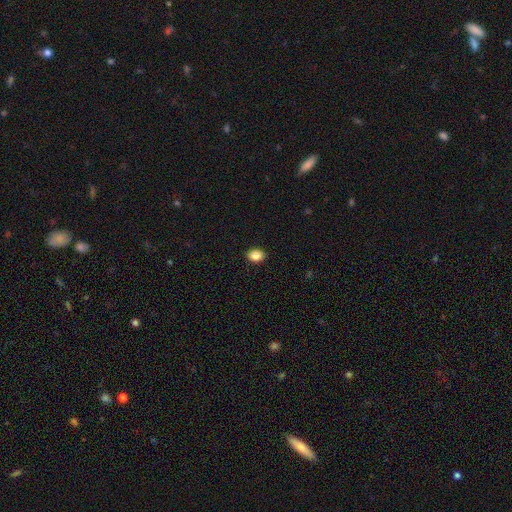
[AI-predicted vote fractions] Smooth or featured: smooth — 87% (star or artifact — 9%)
How rounded: in between — 69% (round — 29%)
Merging: none — 91% (minor disturbance — 7%)